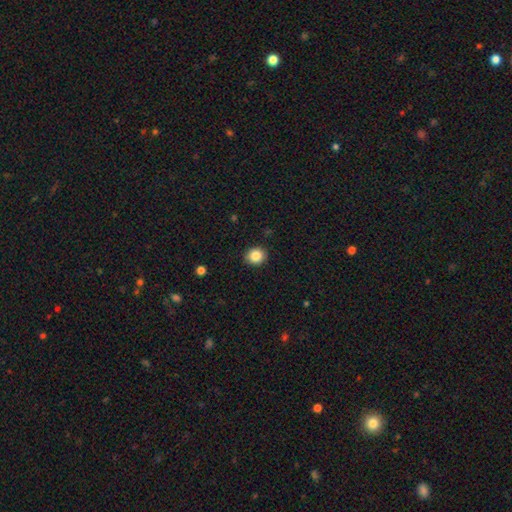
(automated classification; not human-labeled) Smooth or featured: smooth — 85% (star or artifact — 10%)
How rounded: round — 85% (in between — 14%)
Merging: none — 90% (minor disturbance — 7%)